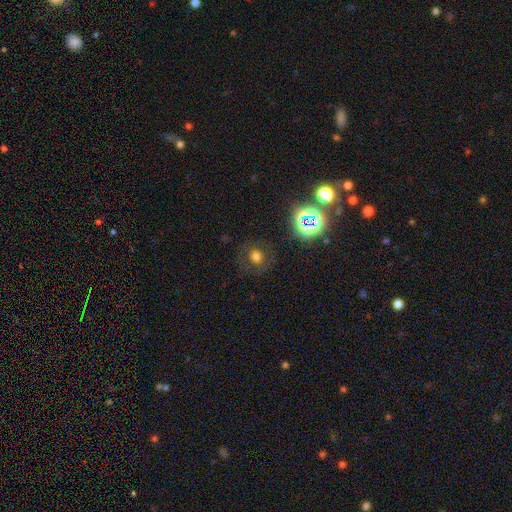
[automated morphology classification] smooth_or_featured: smooth (p=0.59) [alt: star or artifact p=0.24]
how_rounded: round (p=0.84) [alt: in between p=0.15]
merging: none (p=0.80) [alt: minor disturbance p=0.11]